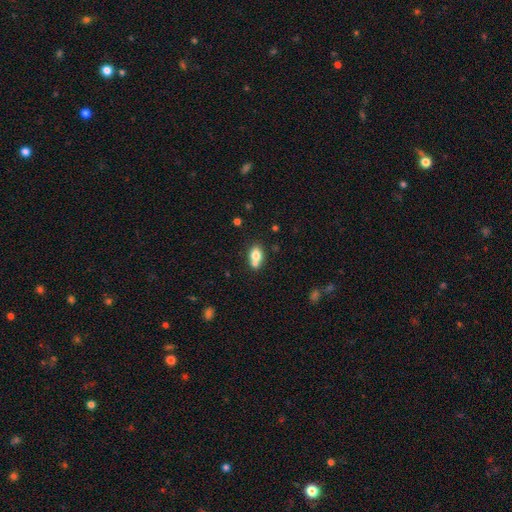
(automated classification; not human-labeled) Q: Smooth or featured?
A: smooth (76%); runner-up: featured or disk (15%)
Q: How rounded?
A: in between (70%); runner-up: round (28%)
Q: Merging?
A: merger (43%); runner-up: none (42%)